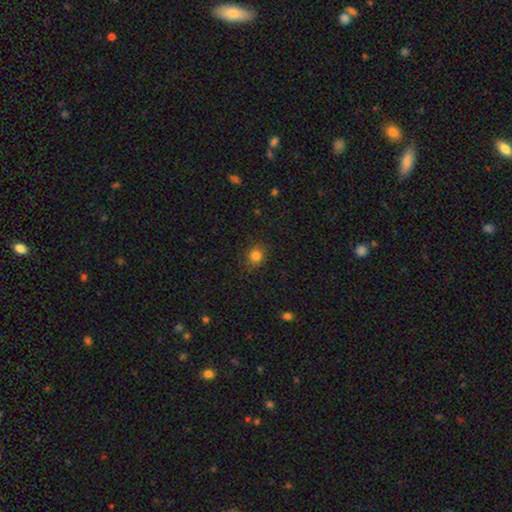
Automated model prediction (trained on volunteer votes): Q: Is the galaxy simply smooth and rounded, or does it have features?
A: smooth — 83%.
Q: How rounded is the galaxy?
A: round — 77%.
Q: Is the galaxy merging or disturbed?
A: none — 84%.